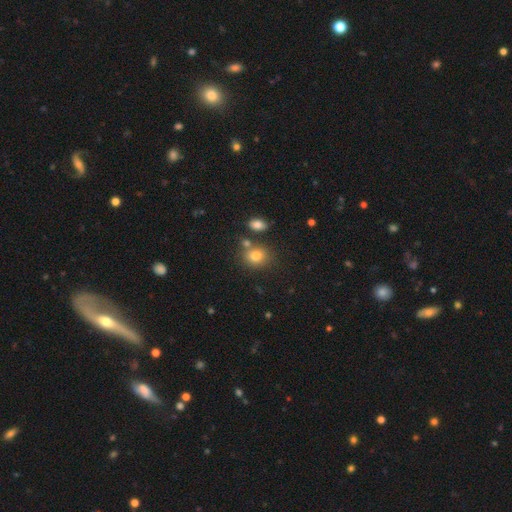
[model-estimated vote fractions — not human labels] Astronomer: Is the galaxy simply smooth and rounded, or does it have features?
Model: smooth — 80%.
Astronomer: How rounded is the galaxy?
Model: round — 58% (runner-up: in between, 41%).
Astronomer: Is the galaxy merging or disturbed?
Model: none — 65%.